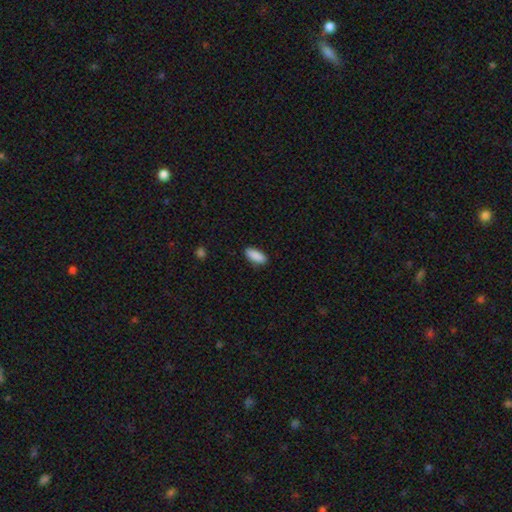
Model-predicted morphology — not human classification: This is clearly a smooth galaxy (90%). How rounded: clearly in between (81%). Merging: clearly none (87%).